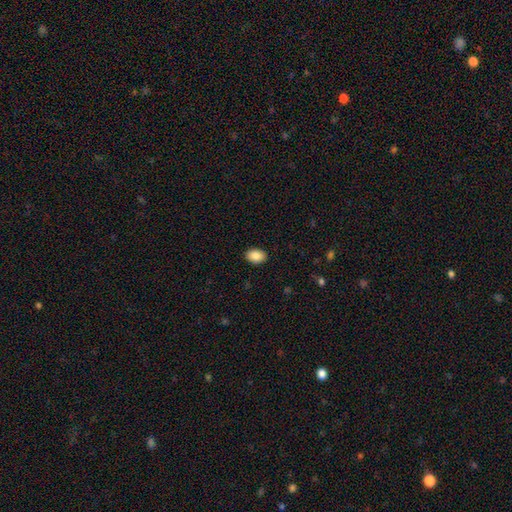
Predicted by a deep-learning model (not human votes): This appears to be a smooth galaxy with no disk features (89%) that is in between round and cigar-shaped (87%). Merging: none (90%).